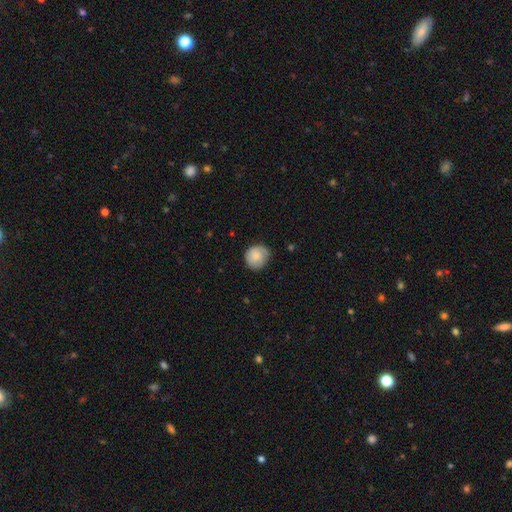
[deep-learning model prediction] smooth-or-featured: smooth: 75% | featured or disk: 17% | star or artifact: 7%
  how-rounded: round: 86% | in between: 13% | cigar-shaped: 1%
  merging: none: 73% | minor disturbance: 21% | major disturbance: 5% | merger: 1%